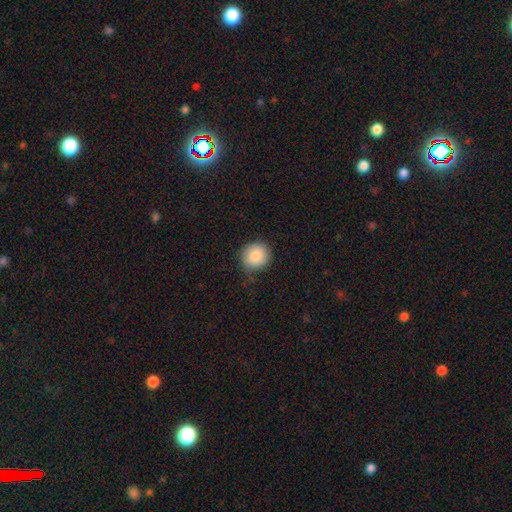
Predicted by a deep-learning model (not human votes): Overall: smooth (86%). How rounded: round (91%). Merging: none (76%).